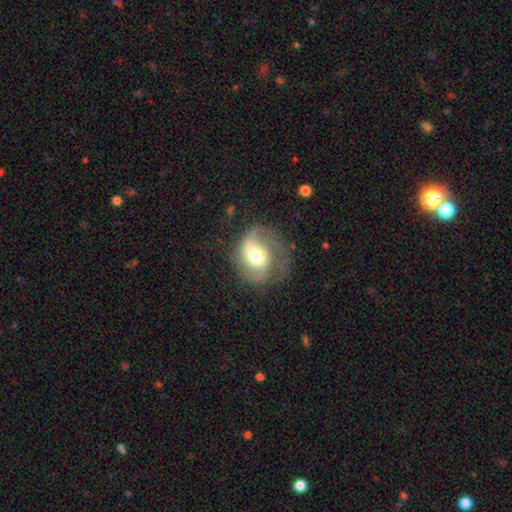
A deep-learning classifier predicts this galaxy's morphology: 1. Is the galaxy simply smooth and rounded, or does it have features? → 75% featured or disk, 18% smooth, 7% star or artifact.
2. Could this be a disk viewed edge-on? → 97% no, 3% yes.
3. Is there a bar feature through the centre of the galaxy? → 43% no, 41% weak, 17% strong.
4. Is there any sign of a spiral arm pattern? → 91% yes, 9% no.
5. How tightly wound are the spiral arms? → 45% medium, 36% loose, 19% tight.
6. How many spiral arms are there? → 75% 2, 11% 1, 8% can't tell, 3% 3, 1% 4, 1% more than 4.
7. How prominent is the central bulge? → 64% moderate, 20% large, 13% small, 2% dominant, 1% none.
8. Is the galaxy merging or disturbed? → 56% none, 22% minor disturbance, 20% major disturbance, 2% merger.